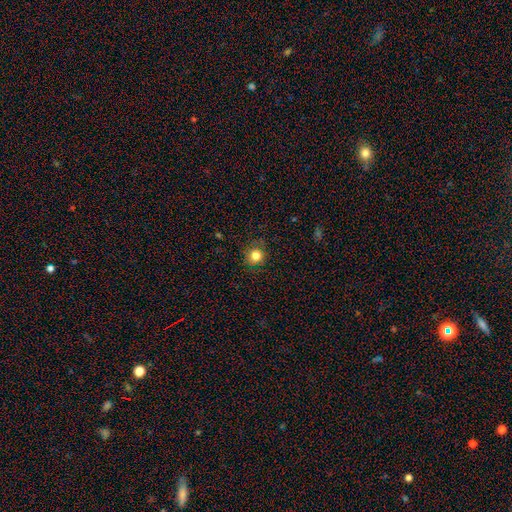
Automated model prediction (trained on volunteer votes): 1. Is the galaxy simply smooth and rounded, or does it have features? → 82% smooth, 12% star or artifact, 6% featured or disk.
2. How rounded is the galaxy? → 88% round, 11% in between, 1% cigar-shaped.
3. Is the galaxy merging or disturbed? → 86% none, 10% minor disturbance, 3% major disturbance, 1% merger.